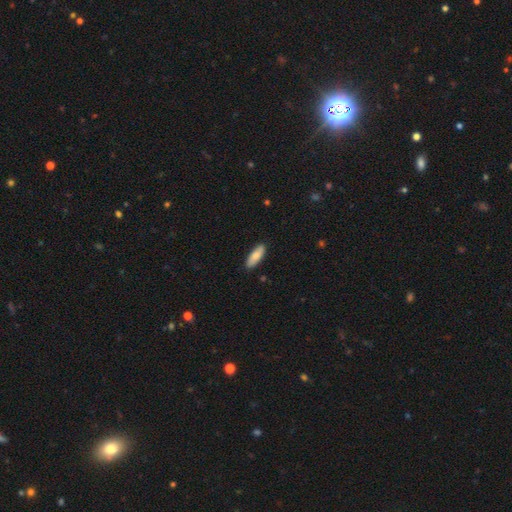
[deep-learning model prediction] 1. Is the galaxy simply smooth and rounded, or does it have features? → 82% smooth, 13% featured or disk, 6% star or artifact.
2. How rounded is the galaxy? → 63% in between, 35% cigar-shaped, 2% round.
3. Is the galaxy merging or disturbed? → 88% none, 9% minor disturbance, 2% major disturbance, 1% merger.